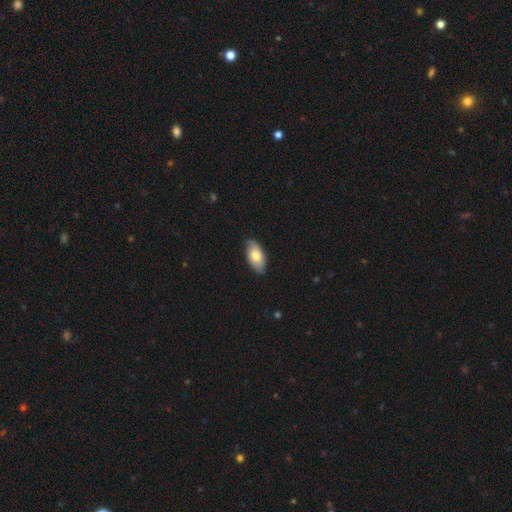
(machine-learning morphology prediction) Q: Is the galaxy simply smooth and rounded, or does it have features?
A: smooth — 71%.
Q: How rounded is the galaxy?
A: in between — 94%.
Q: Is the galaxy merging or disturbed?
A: none — 80%.